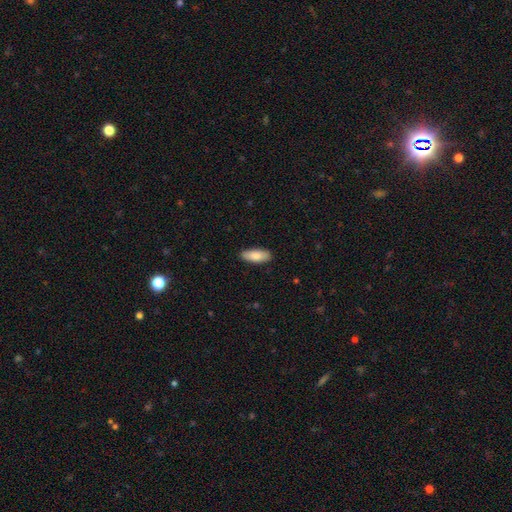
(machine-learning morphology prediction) Smooth or featured? smooth (84%)
How rounded? in between (78%)
Merging? none (88%)